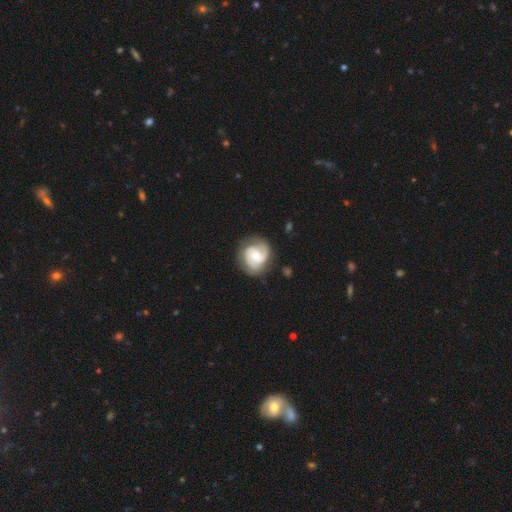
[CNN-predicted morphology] The model was most divided on "spiral winding": tight: 49%, medium: 40%, loose: 11%. More confident: edge-on disk — no (98%); spiral arms — yes (96%); smooth or featured — featured or disk (84%); merging — none (78%); spiral arm count — 2 (73%); bulge size — moderate (64%); bar — no (60%).